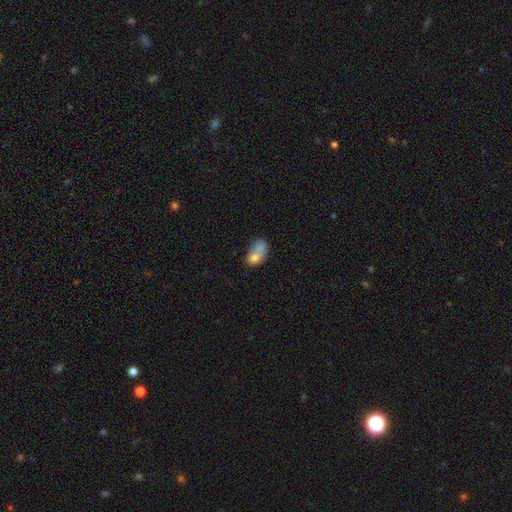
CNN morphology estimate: Smooth or featured? smooth (70%)
How rounded? in between (75%)
Merging? merger (53%)